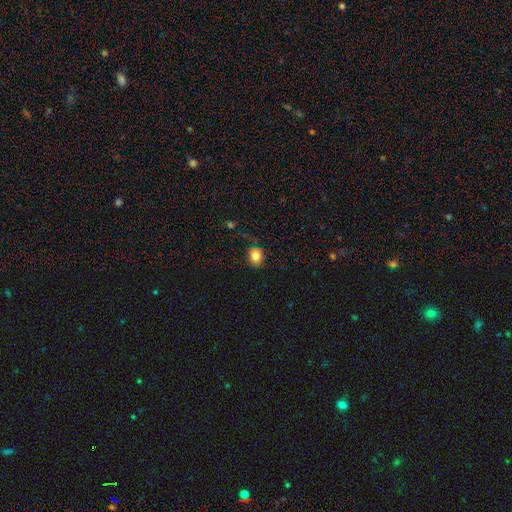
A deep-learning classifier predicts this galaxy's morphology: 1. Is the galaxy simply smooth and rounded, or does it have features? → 82% smooth, 10% star or artifact, 8% featured or disk.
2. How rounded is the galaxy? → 52% round, 47% in between, 1% cigar-shaped.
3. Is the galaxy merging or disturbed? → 72% none, 19% minor disturbance, 6% major disturbance, 2% merger.